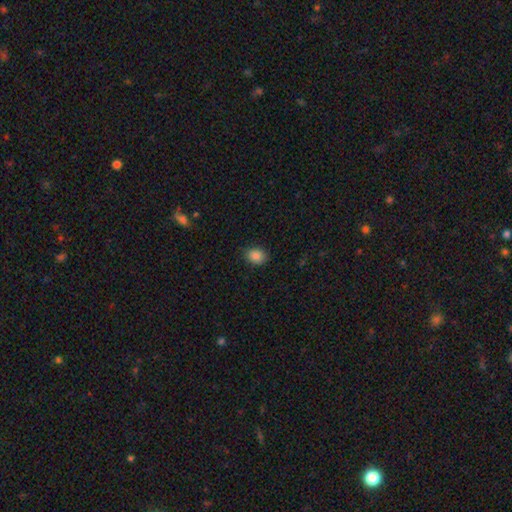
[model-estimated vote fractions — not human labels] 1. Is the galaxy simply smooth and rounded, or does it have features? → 86% smooth, 9% star or artifact, 4% featured or disk.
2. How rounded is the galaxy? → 58% in between, 41% round, 1% cigar-shaped.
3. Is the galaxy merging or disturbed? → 86% none, 11% minor disturbance, 2% major disturbance, 1% merger.